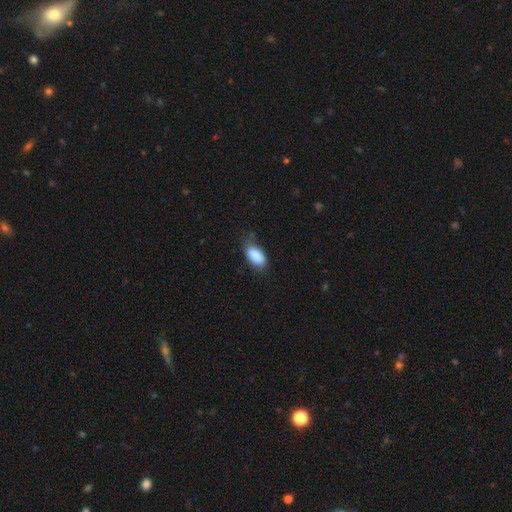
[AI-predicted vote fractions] The model was most divided on "merging": none: 68%, minor disturbance: 25%, major disturbance: 5%, merger: 2%. More confident: how rounded — in between (92%); smooth or featured — smooth (87%).